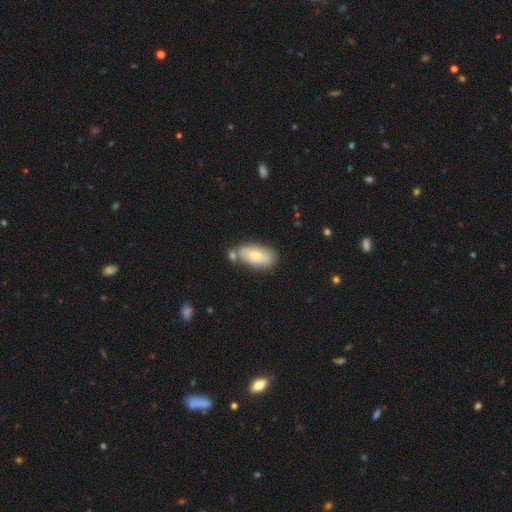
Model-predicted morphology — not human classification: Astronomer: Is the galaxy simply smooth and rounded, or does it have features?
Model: smooth — 68%.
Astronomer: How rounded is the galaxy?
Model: in between — 93%.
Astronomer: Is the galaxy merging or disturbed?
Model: none — 59%.